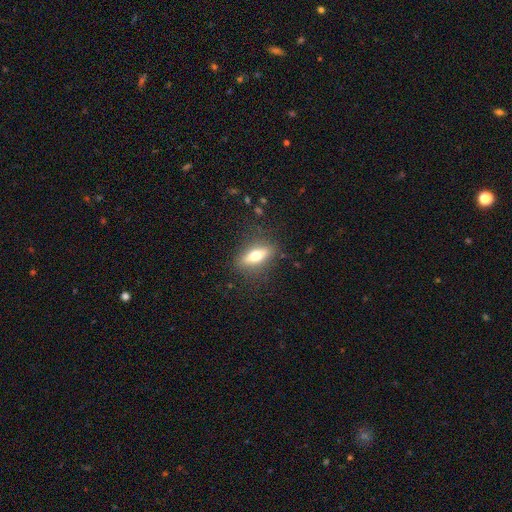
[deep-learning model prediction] Smooth or featured? Predicted: smooth (p=0.60). How rounded? Predicted: in between (p=0.63). Merging? Predicted: none (p=0.83).